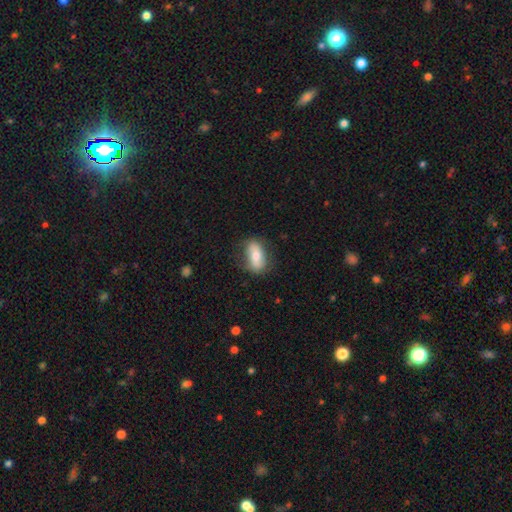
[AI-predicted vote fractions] Morphology: type=smooth (66%); roundness=in between (87%); merging=none (75%).